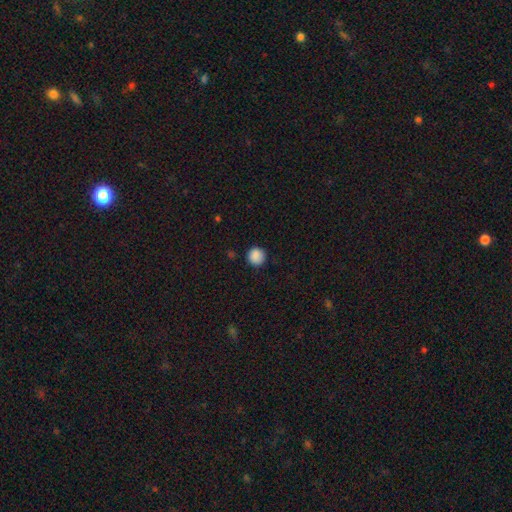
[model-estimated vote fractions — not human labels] smooth-or-featured: smooth: 88% | star or artifact: 9% | featured or disk: 3%
  how-rounded: round: 94% | in between: 5% | cigar-shaped: 1%
  merging: none: 89% | minor disturbance: 8% | major disturbance: 2% | merger: 1%